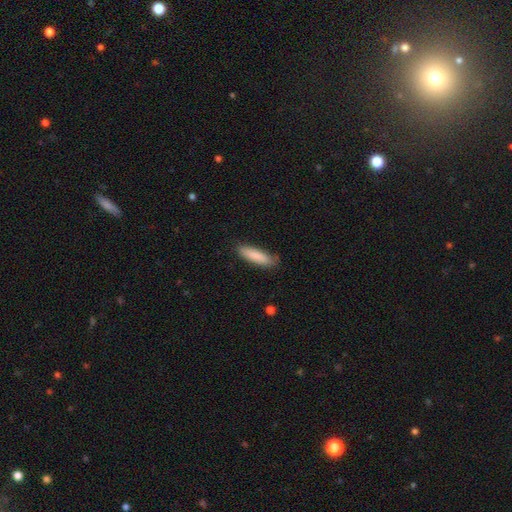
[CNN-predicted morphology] smooth_or_featured: smooth (p=0.86) [alt: featured or disk p=0.08]
how_rounded: cigar-shaped (p=0.67) [alt: in between p=0.32]
merging: none (p=0.80) [alt: minor disturbance p=0.16]